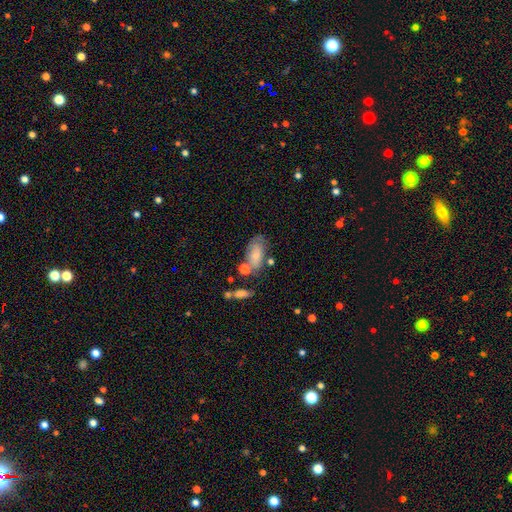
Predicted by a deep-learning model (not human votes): A smooth galaxy with no disk features (72%) that is in between round and cigar-shaped (90%). Merging: none (50%).